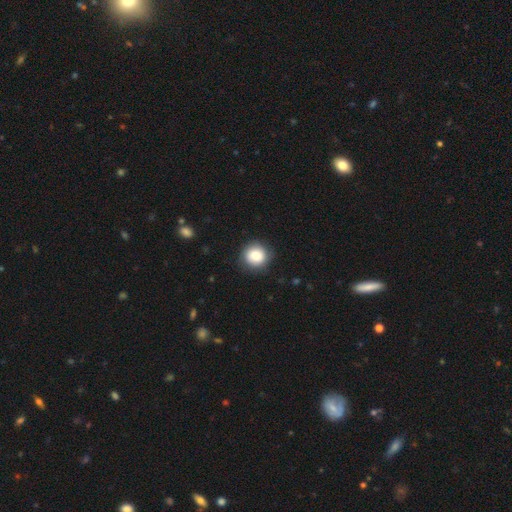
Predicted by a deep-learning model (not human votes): smooth 84%, star or artifact 8%, featured or disk 8%. Down the decision tree: how rounded — round (89%); merging — none (84%).